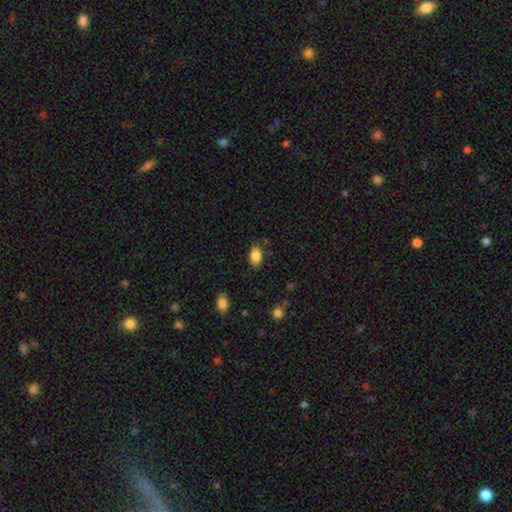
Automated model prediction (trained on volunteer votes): smooth-or-featured: smooth: 87% | star or artifact: 8% | featured or disk: 5%
  how-rounded: in between: 90% | round: 8% | cigar-shaped: 2%
  merging: none: 81% | minor disturbance: 14% | major disturbance: 3% | merger: 2%